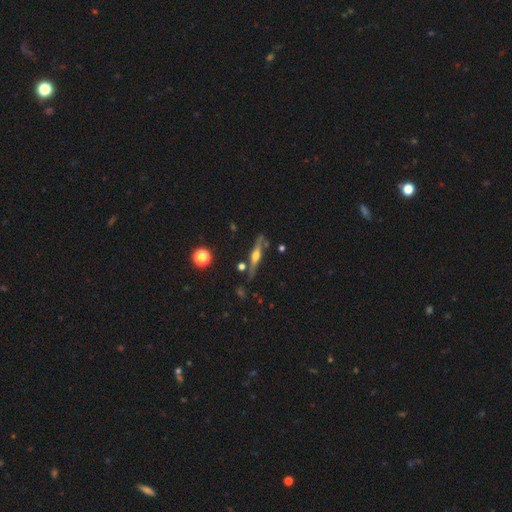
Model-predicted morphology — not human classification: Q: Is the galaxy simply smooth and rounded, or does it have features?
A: featured or disk — 70%.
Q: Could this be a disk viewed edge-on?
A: yes — 93%.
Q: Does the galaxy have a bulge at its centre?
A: rounded — 89%.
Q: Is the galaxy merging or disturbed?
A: none — 76%.